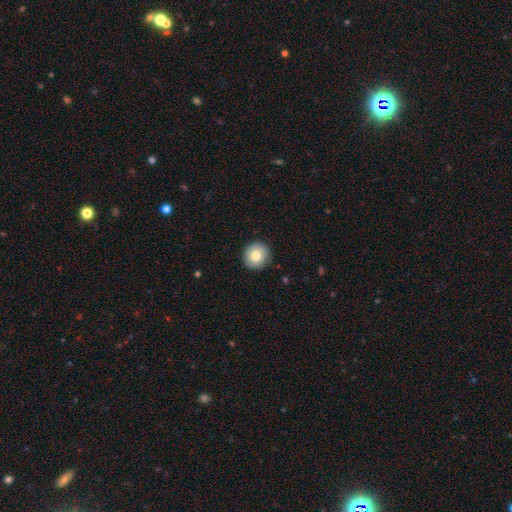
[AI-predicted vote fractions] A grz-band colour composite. It shows a smooth galaxy with no disk features (78%) that is round (91%). Merging: none (91%).